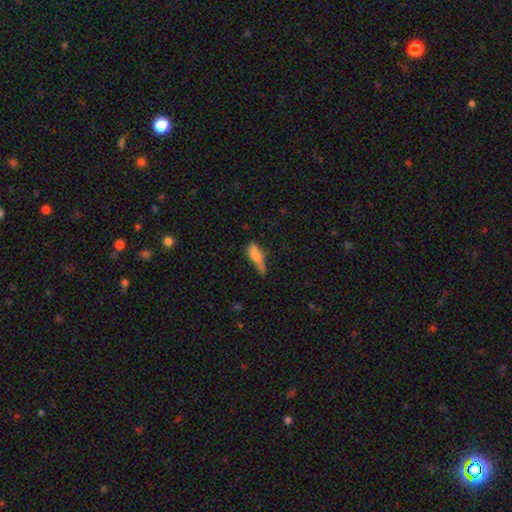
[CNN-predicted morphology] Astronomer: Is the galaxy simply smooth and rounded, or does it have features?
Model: smooth — 59%.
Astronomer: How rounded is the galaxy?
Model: in between — 49% (runner-up: cigar-shaped, 46%).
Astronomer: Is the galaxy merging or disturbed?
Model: none — 30% (runner-up: minor disturbance, 26%).